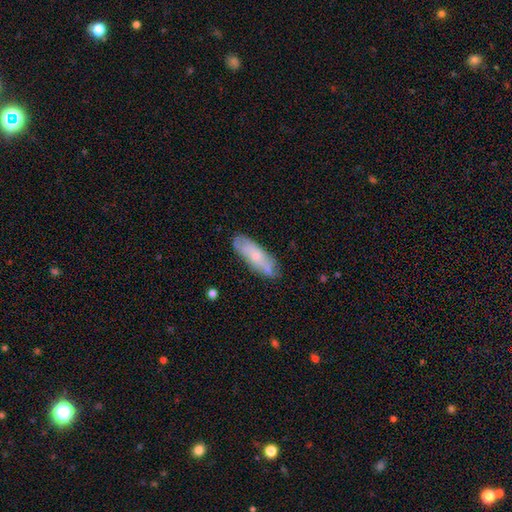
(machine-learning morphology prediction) smooth 53%, featured or disk 41%, star or artifact 7%. Down the decision tree: how rounded — in between (56%); merging — none (73%).